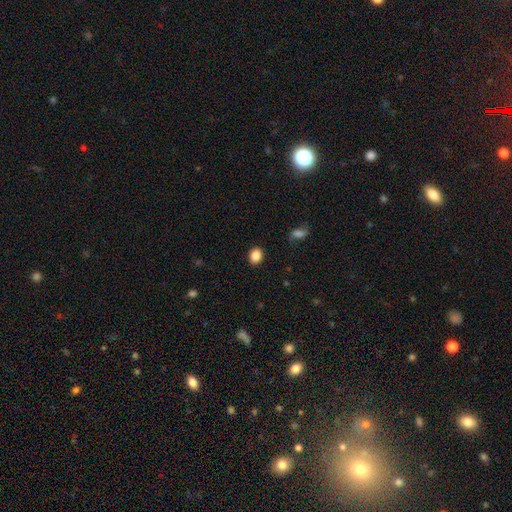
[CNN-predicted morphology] Smooth or featured? smooth (86%)
How rounded? round (53%)
Merging? none (88%)